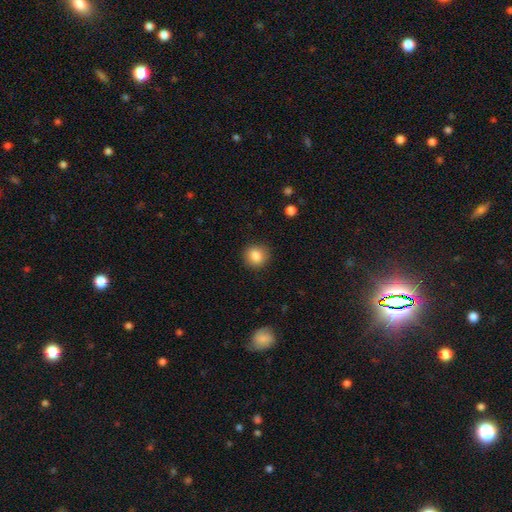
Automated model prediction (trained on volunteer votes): smooth 86%, star or artifact 9%, featured or disk 5%. Down the decision tree: how rounded — round (87%); merging — none (88%).